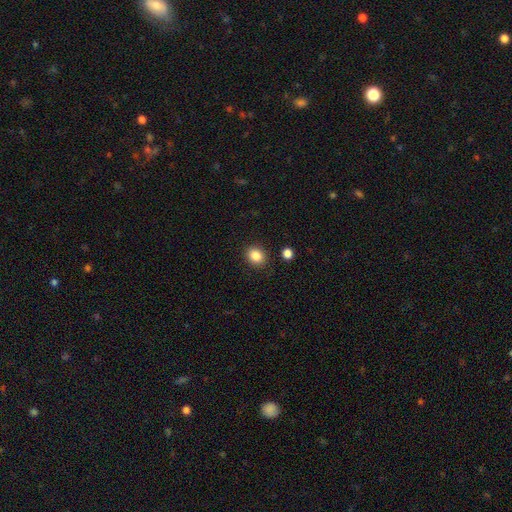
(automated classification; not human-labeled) This is clearly a smooth galaxy (86%). How rounded: likely round (68%). Merging: clearly none (88%).